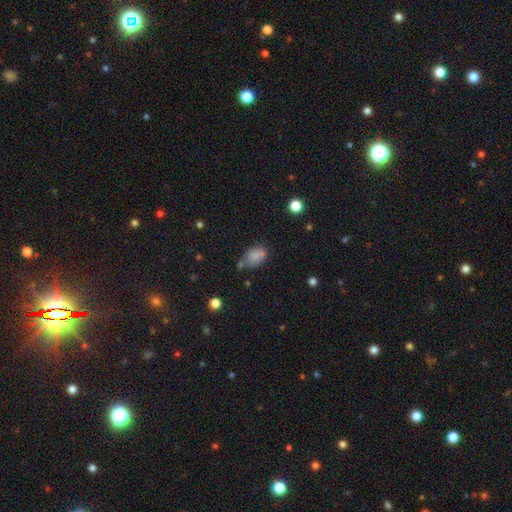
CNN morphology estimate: This appears to be a smooth galaxy with no disk features (79%) that is in between round and cigar-shaped (82%). Merging: none (53%).